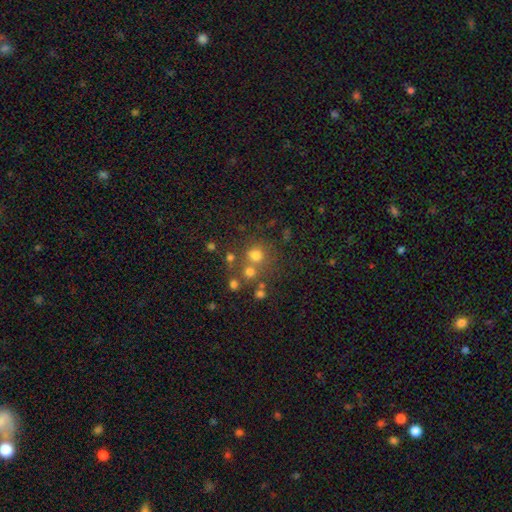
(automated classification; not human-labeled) smooth_or_featured: smooth (p=0.69) [alt: star or artifact p=0.20]
how_rounded: round (p=0.86) [alt: in between p=0.13]
merging: none (p=0.61) [alt: merger p=0.24]